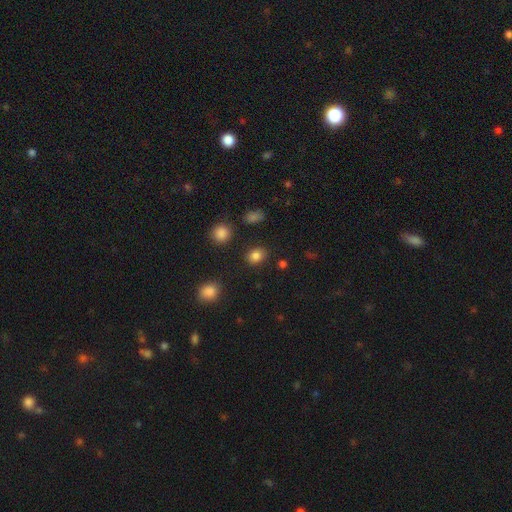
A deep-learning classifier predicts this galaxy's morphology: Smooth or featured?
  - smooth: 83% *
  - star or artifact: 12%
  - featured or disk: 6%
How rounded?
  - in between: 50% *
  - round: 49%
  - cigar-shaped: 1%
Merging?
  - none: 85% *
  - minor disturbance: 9%
  - merger: 3%
  - major disturbance: 3%